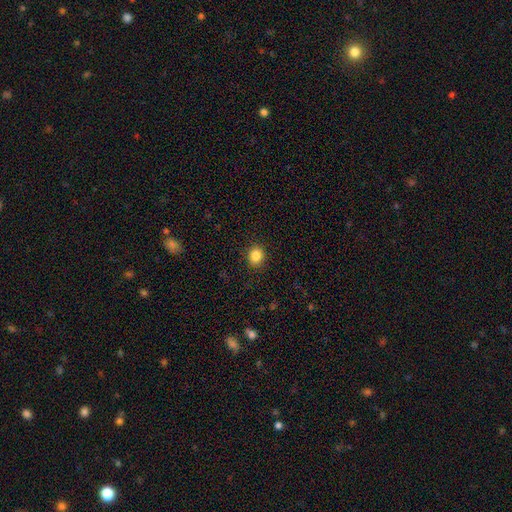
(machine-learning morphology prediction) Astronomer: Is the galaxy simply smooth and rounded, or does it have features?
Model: smooth — 84%.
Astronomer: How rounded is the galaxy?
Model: round — 77%.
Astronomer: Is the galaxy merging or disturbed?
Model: none — 91%.